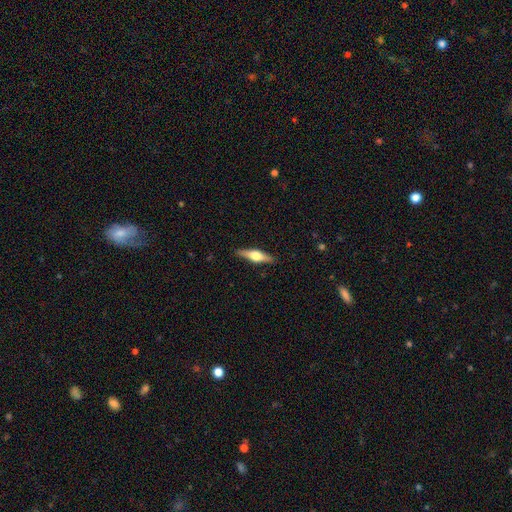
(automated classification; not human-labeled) A featured or disk galaxy (59%) viewed edge-on (96%) with a rounded central bulge (94%).

Vote fractions:
- Smooth or featured? featured or disk: 59% / smooth: 35% / star or artifact: 6%
- Edge-on disk? yes: 96% / no: 4%
- Edge-on bulge? rounded: 94% / boxy: 5% / none: 2%
- Merging? none: 90% / minor disturbance: 8% / major disturbance: 2% / merger: 1%